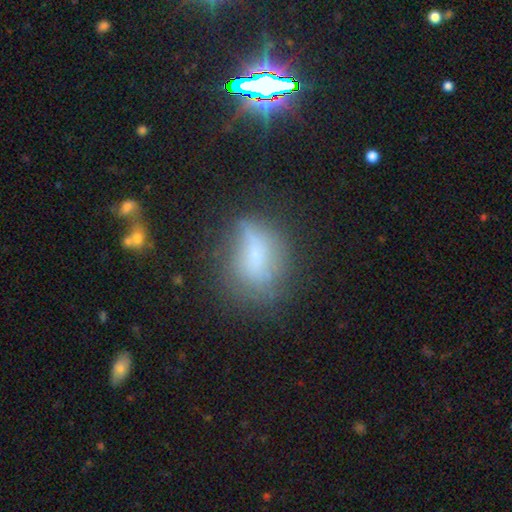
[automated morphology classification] Overall: smooth (53%; featured or disk 32%). How rounded: in between (62%; round 32%). Merging: none (49%; minor disturbance 28%).